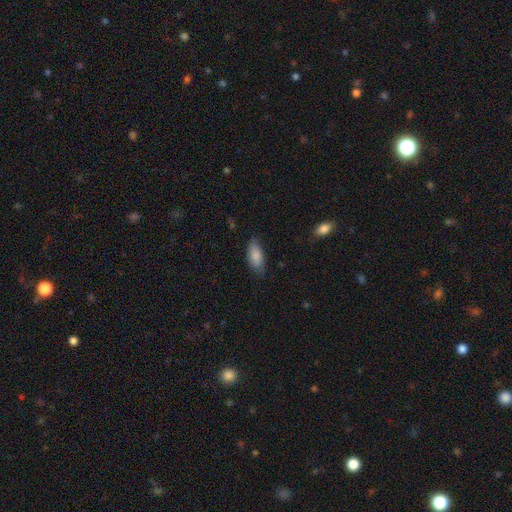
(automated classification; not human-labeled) Smooth or featured? Predicted: smooth (p=0.85). How rounded? Predicted: in between (p=0.85). Merging? Predicted: none (p=0.75).